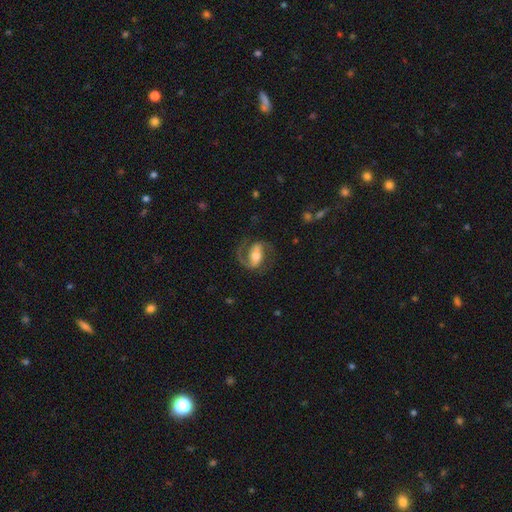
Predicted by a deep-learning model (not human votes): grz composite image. It shows a featured or disk galaxy (82%) with a strong bar (47%), 2 (79%) medium (54%) spiral arms (94%) and a moderate central bulge (61%). Merging: none (68%).